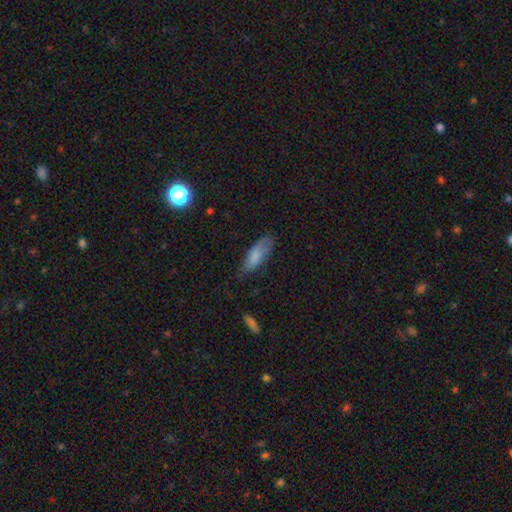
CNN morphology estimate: The model was most divided on "how rounded": in between: 63%, cigar-shaped: 35%, round: 2%. More confident: smooth or featured — smooth (78%); merging — none (66%).